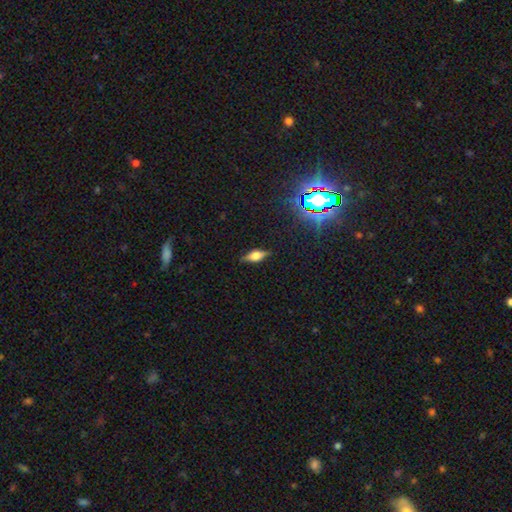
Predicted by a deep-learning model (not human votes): Smooth or featured? Predicted: smooth (p=0.44). Merging? Predicted: none (p=0.84).